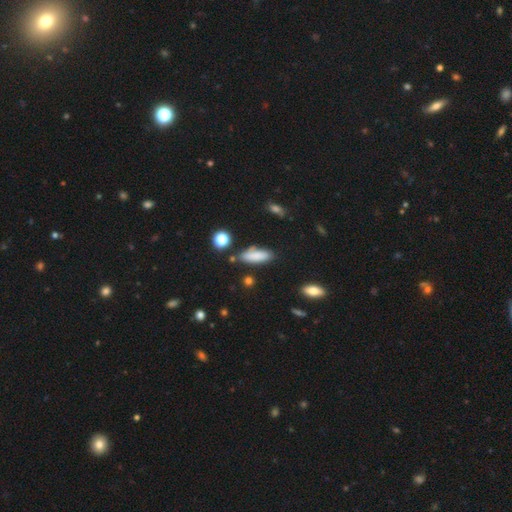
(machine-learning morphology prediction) A smooth galaxy with no disk features (80%) that is in between round and cigar-shaped (59%).

Vote fractions:
- Smooth or featured? smooth: 80% / featured or disk: 10% / star or artifact: 10%
- How rounded? in between: 59% / cigar-shaped: 39% / round: 3%
- Merging? none: 72% / minor disturbance: 18% / merger: 6% / major disturbance: 4%